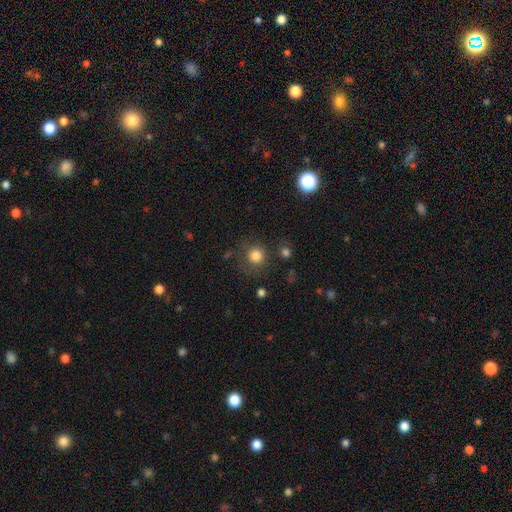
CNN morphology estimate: This is clearly a smooth galaxy (82%). How rounded: clearly round (92%). Merging: likely none (78%).